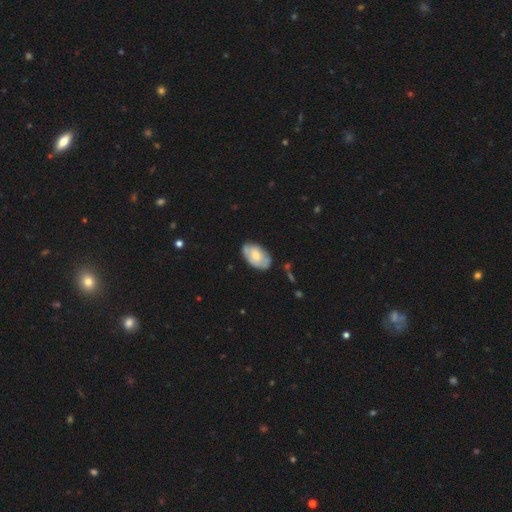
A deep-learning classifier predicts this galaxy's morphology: Smooth or featured: smooth — 54% (featured or disk — 40%)
How rounded: in between — 92% (round — 6%)
Merging: none — 66% (minor disturbance — 25%)